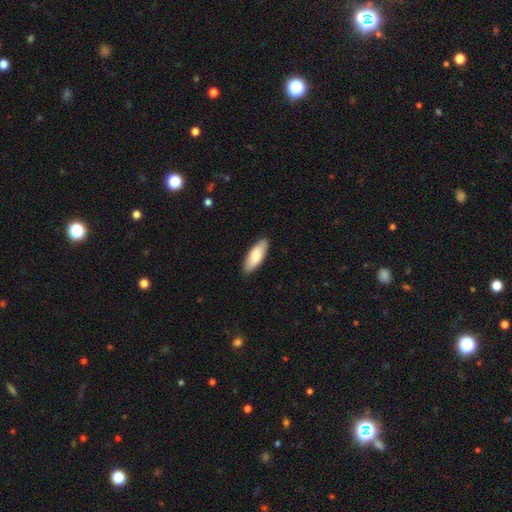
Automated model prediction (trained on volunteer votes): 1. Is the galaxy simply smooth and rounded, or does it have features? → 77% smooth, 17% featured or disk, 5% star or artifact.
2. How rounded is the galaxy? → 72% in between, 26% cigar-shaped, 2% round.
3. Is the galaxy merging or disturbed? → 88% none, 9% minor disturbance, 2% major disturbance, 1% merger.